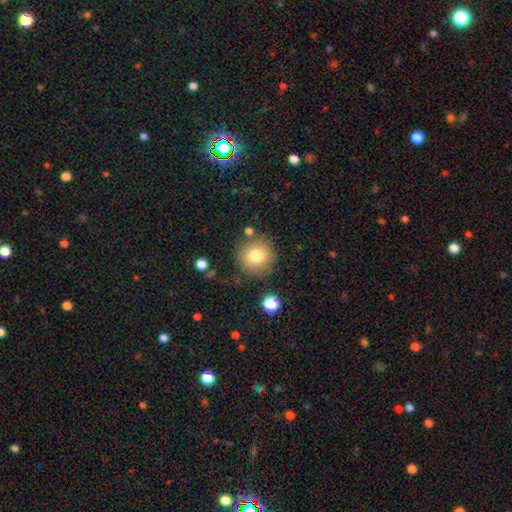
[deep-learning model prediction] A smooth galaxy with no disk features (77%) that is round (94%). Merging: none (83%).